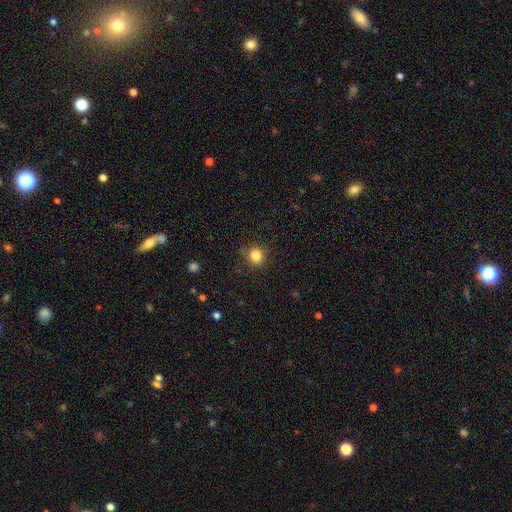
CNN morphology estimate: type=smooth (84%); roundness=round (88%); merging=none (85%).